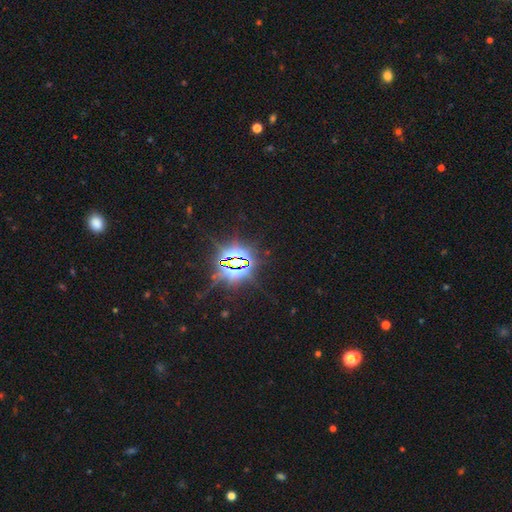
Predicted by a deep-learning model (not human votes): A star or artifact, not a galaxy (86%).

Vote fractions:
- Smooth or featured? star or artifact: 86% / smooth: 8% / featured or disk: 6%